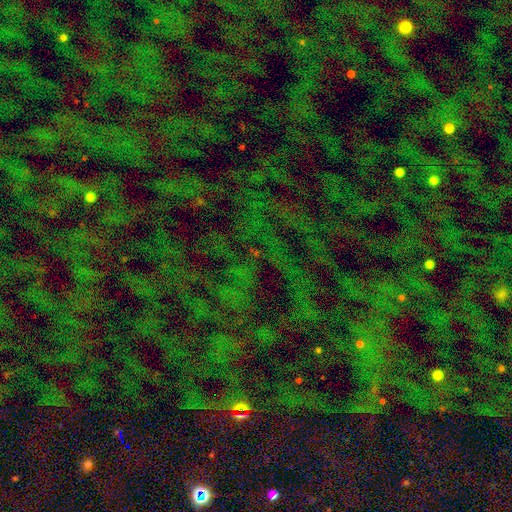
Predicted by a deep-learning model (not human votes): Q: Smooth or featured?
A: star or artifact (74%); runner-up: smooth (17%)